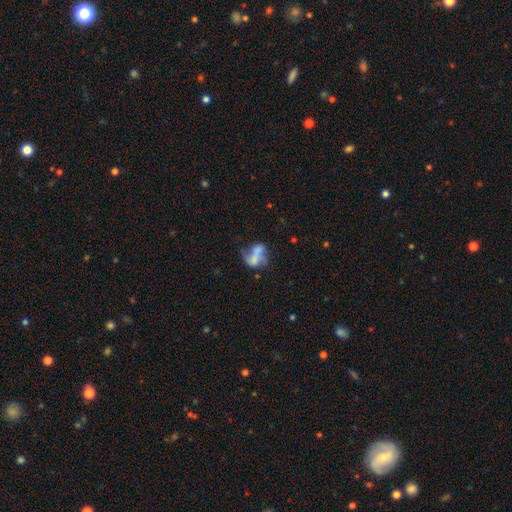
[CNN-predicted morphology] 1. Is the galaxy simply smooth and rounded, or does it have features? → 46% featured or disk, 43% smooth, 11% star or artifact.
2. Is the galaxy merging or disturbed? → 30% none, 27% merger, 24% major disturbance, 19% minor disturbance.